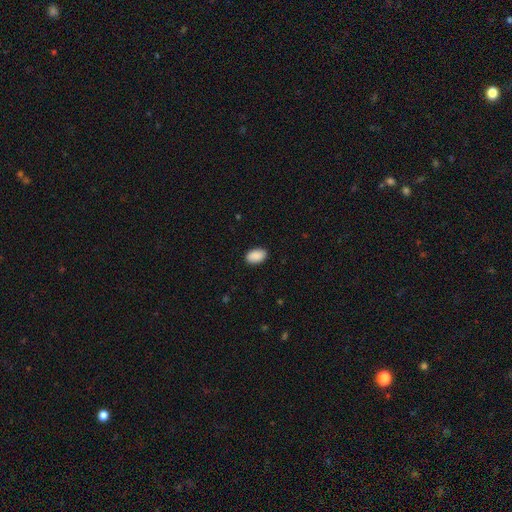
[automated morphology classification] A smooth galaxy with no disk features (91%) that is in between round and cigar-shaped (91%). Merging: none (89%).